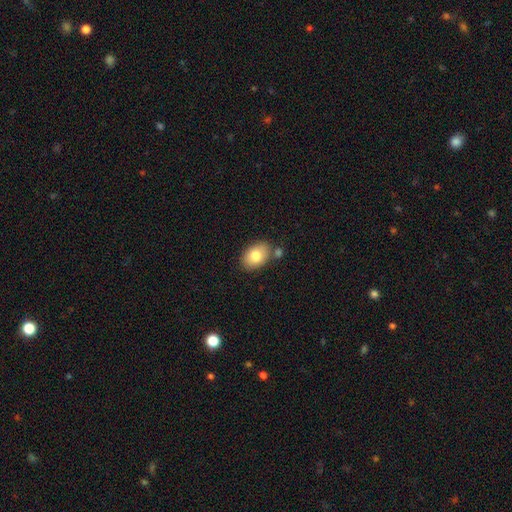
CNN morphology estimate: Smooth or featured? Predicted: smooth (p=0.81). How rounded? Predicted: in between (p=0.85). Merging? Predicted: none (p=0.74).